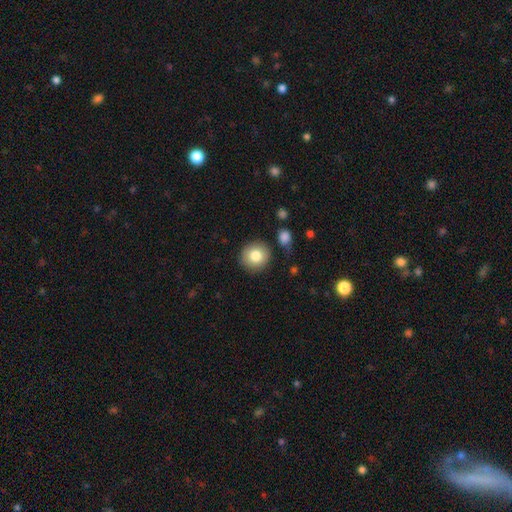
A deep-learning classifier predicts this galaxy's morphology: This appears to be a smooth galaxy with no disk features (81%) that is round (92%). Merging: none (85%).